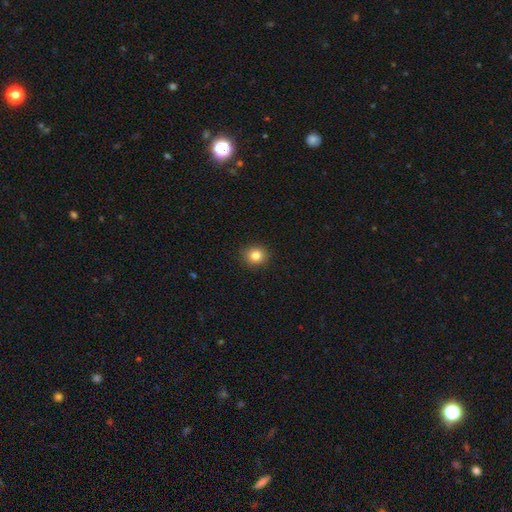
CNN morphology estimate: This appears to be a smooth galaxy with no disk features (83%) that is round (84%). Merging: none (92%).